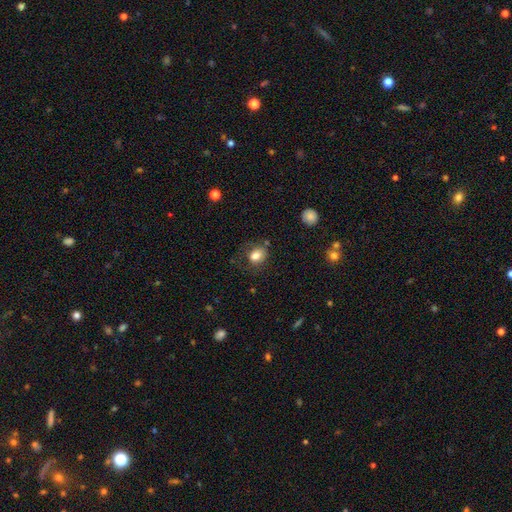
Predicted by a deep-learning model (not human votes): Morphology: type=smooth (80%); roundness=round (51%); merging=none (61%).